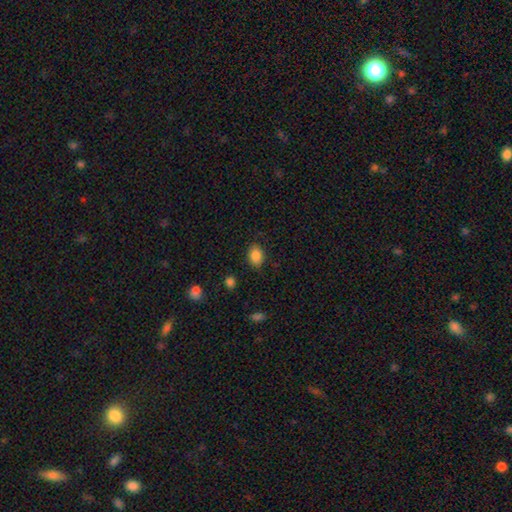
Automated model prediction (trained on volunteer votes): smooth-or-featured: smooth: 87% | star or artifact: 9% | featured or disk: 4%
  how-rounded: in between: 73% | round: 26% | cigar-shaped: 1%
  merging: none: 84% | minor disturbance: 11% | major disturbance: 3% | merger: 1%